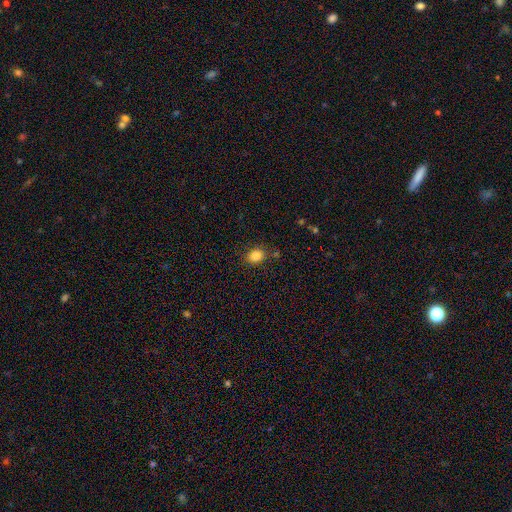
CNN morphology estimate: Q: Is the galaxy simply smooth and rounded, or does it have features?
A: smooth — 85%.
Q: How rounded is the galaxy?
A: in between — 59%.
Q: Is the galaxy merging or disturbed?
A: none — 81%.